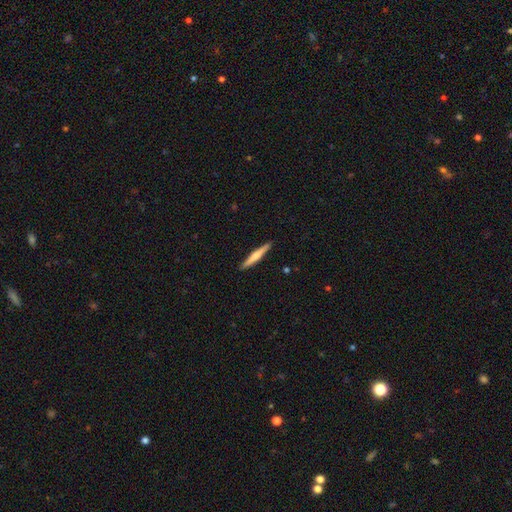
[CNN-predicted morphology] Smooth or featured? featured or disk (52%)
Edge-on disk? yes (98%)
Edge-on bulge? rounded (68%)
Merging? none (91%)